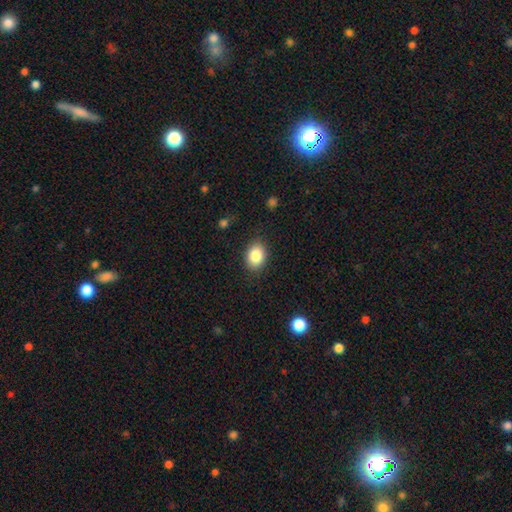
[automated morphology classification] Smooth or featured: smooth — 85% (star or artifact — 8%)
How rounded: in between — 66% (round — 33%)
Merging: none — 87% (minor disturbance — 10%)